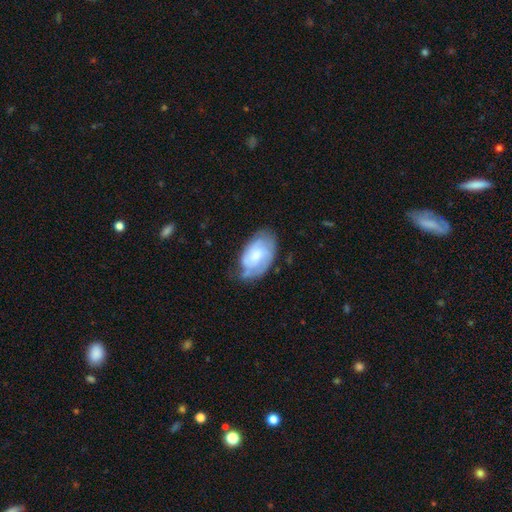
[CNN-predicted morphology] This appears to be a featured or disk galaxy (58%) with no bar (63%), spiral arms (85%) and a small central bulge (51%). Merging: none (55%).